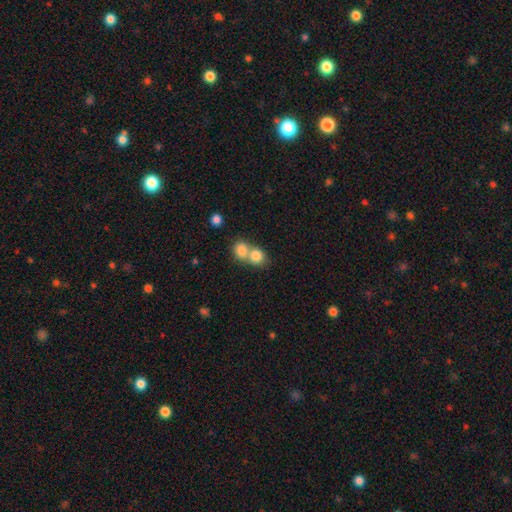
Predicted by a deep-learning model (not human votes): This is clearly a smooth galaxy (80%). How rounded: likely round (71%). Merging: likely merger (64%).